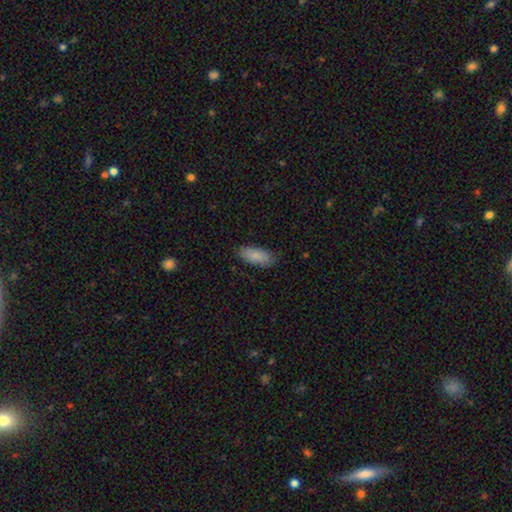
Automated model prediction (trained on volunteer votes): Smooth or featured?
  - smooth: 87% *
  - featured or disk: 7%
  - star or artifact: 6%
How rounded?
  - in between: 83% *
  - cigar-shaped: 15%
  - round: 2%
Merging?
  - none: 83% *
  - minor disturbance: 14%
  - major disturbance: 3%
  - merger: 1%